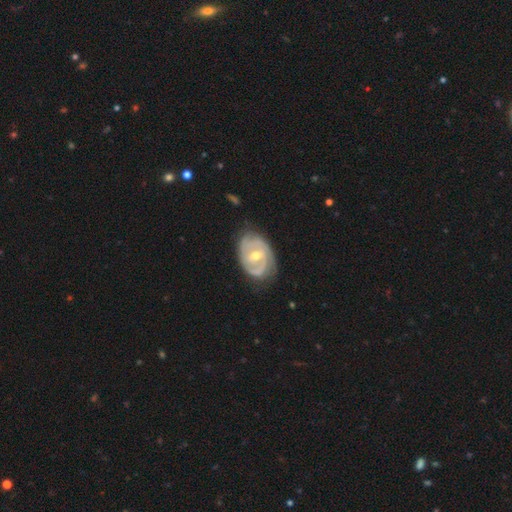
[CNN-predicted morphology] A featured or disk galaxy (84%) with a weak bar (45%), 2 (54%) tight (59%) spiral arms (91%) and a moderate central bulge (62%). Merging: none (67%).